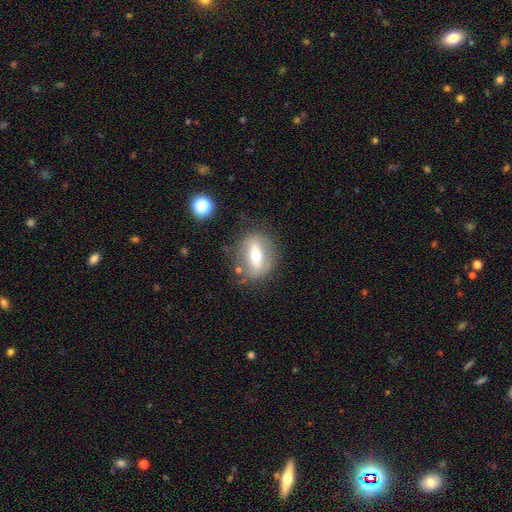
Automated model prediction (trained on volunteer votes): Smooth or featured? Predicted: featured or disk (p=0.48). Merging? Predicted: none (p=0.75).